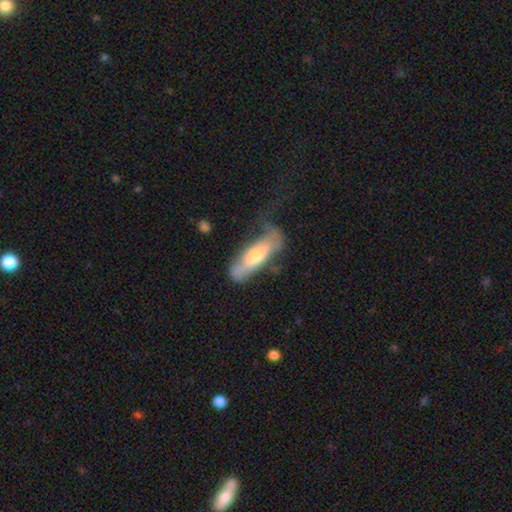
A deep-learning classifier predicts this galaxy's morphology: type=smooth (50%); roundness=cigar-shaped (49%, tied with in between); merging=none (40%).